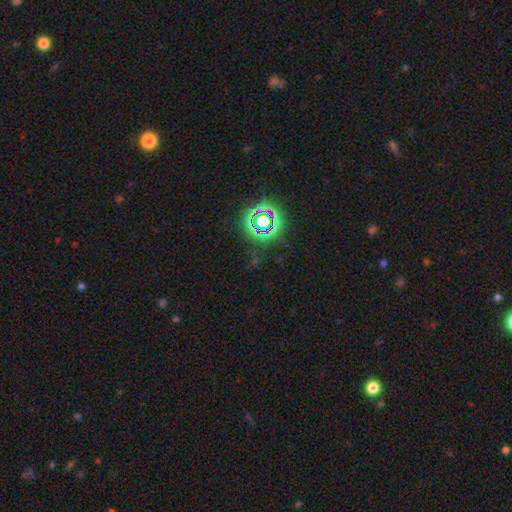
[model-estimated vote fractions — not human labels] Smooth or featured? Predicted: star or artifact (p=0.73).